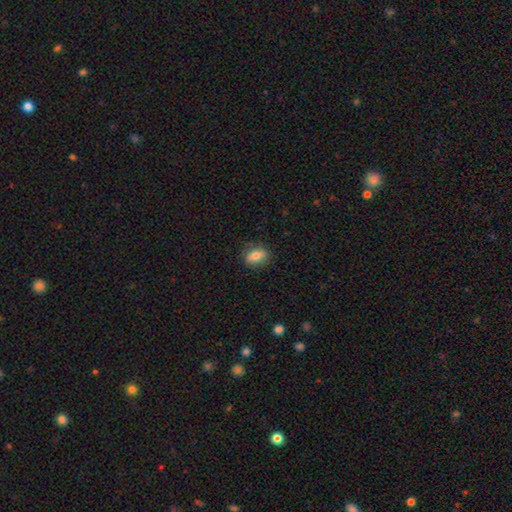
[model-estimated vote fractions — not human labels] This appears to be a smooth galaxy with no disk features (73%) that is in between round and cigar-shaped (77%). Merging: none (80%).